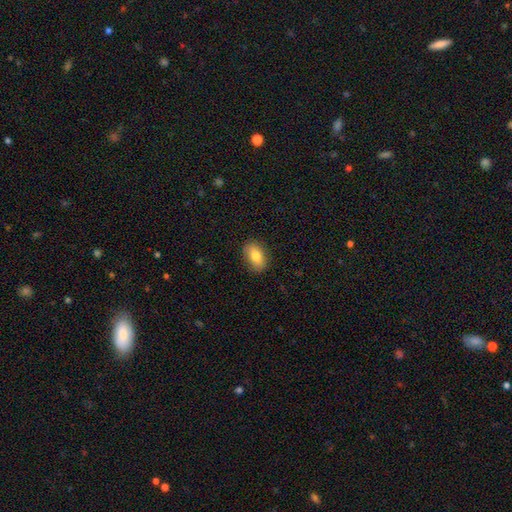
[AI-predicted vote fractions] smooth_or_featured: smooth (p=0.79) [alt: featured or disk p=0.13]
how_rounded: in between (p=0.86) [alt: round p=0.11]
merging: none (p=0.86) [alt: minor disturbance p=0.11]